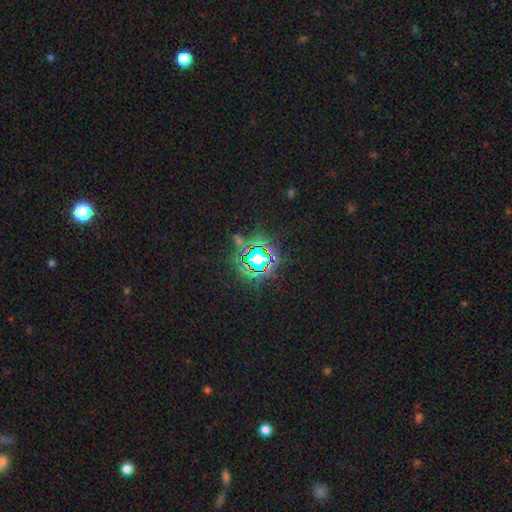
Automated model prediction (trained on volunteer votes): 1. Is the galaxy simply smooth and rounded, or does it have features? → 82% star or artifact, 12% smooth, 7% featured or disk.